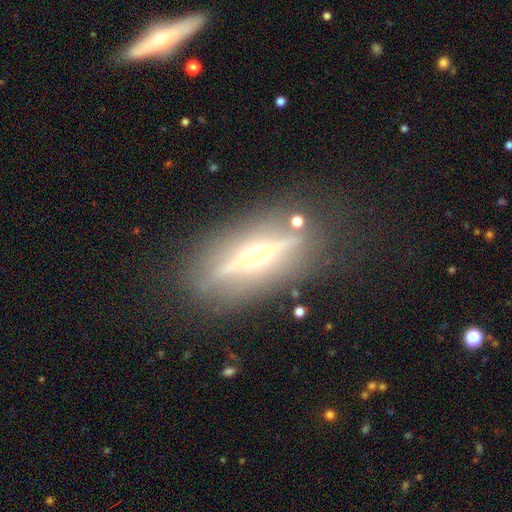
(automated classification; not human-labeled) The model was most divided on "smooth or featured": featured or disk: 77%, smooth: 15%, star or artifact: 8%. More confident: edge-on bulge — rounded (94%); edge-on disk — yes (91%); merging — none (81%).